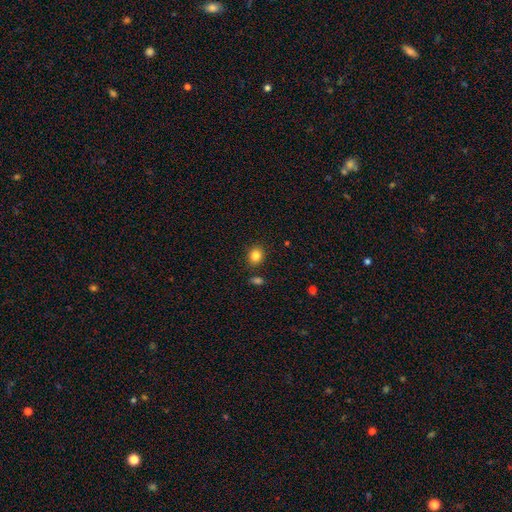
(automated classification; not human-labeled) A smooth galaxy with no disk features (84%) that is round (63%). Merging: none (84%).